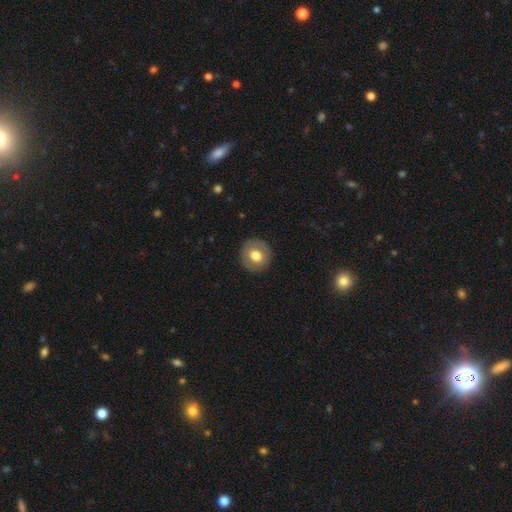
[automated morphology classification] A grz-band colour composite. It shows a smooth galaxy with no disk features (67%) that is round (89%). Merging: none (89%).